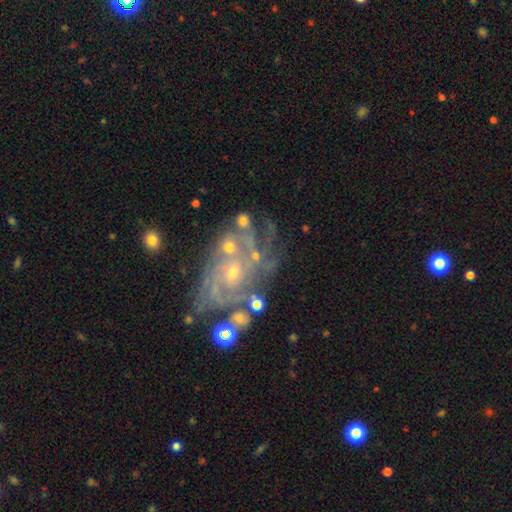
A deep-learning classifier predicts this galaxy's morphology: Smooth or featured?
  - featured or disk: 79% *
  - star or artifact: 12%
  - smooth: 9%
Edge-on disk?
  - no: 97% *
  - yes: 3%
Bar?
  - no: 78% *
  - weak: 18%
  - strong: 5%
Spiral arms?
  - yes: 90% *
  - no: 10%
Spiral winding?
  - tight: 58% *
  - medium: 32%
  - loose: 10%
Spiral arm count?
  - can't tell: 32% *
  - 3: 20%
  - 4: 18%
  - 2: 12%
  - more than 4: 11%
  - 1: 7%
Bulge size?
  - small: 74% *
  - moderate: 18%
  - none: 5%
  - large: 2%
  - dominant: 1%
Merging?
  - none: 48% *
  - minor disturbance: 20%
  - major disturbance: 19%
  - merger: 13%